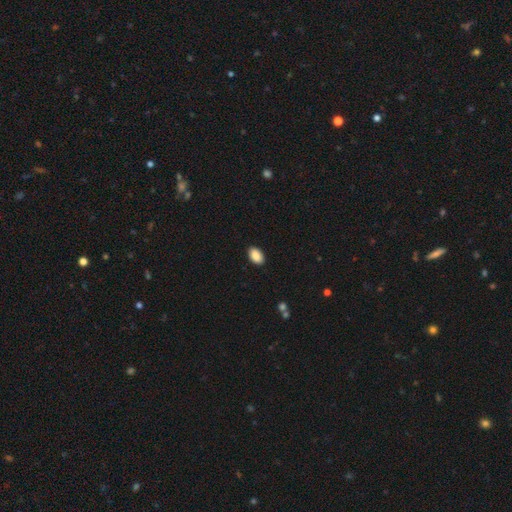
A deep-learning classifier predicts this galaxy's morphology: smooth-or-featured: smooth: 89% | star or artifact: 7% | featured or disk: 4%
  how-rounded: in between: 92% | round: 6% | cigar-shaped: 1%
  merging: none: 90% | minor disturbance: 7% | major disturbance: 2% | merger: 1%